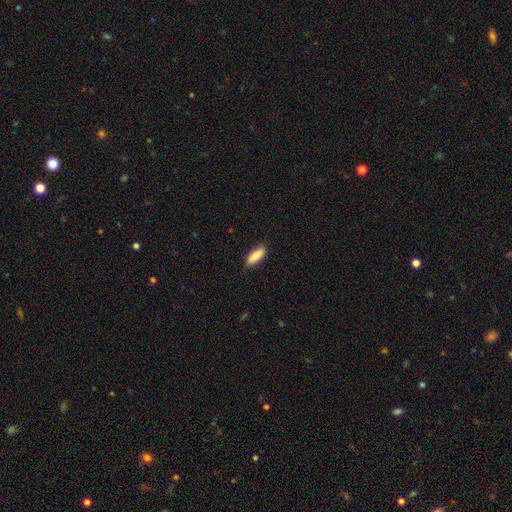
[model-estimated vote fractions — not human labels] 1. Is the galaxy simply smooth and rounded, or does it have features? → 87% smooth, 7% featured or disk, 6% star or artifact.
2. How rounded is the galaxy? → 67% in between, 31% cigar-shaped, 2% round.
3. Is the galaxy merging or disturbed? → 86% none, 11% minor disturbance, 2% major disturbance, 1% merger.